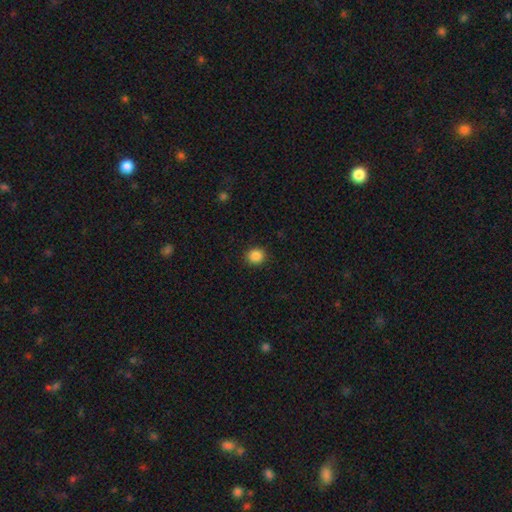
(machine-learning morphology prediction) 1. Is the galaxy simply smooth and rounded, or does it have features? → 87% smooth, 10% star or artifact, 3% featured or disk.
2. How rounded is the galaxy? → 84% round, 15% in between, 1% cigar-shaped.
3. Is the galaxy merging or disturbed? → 91% none, 6% minor disturbance, 2% major disturbance, 1% merger.